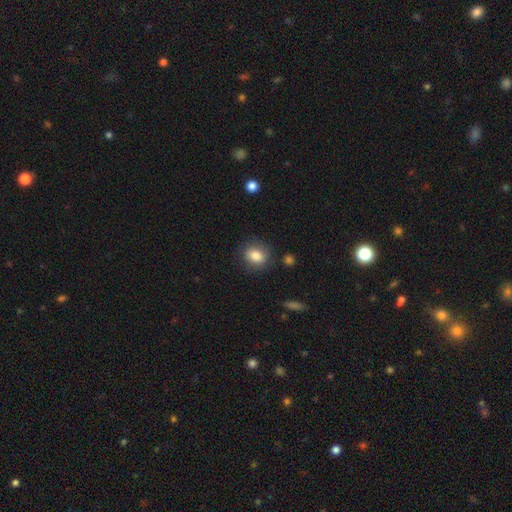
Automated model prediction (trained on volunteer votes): A smooth galaxy with no disk features (83%) that is round (57%). Merging: none (80%).